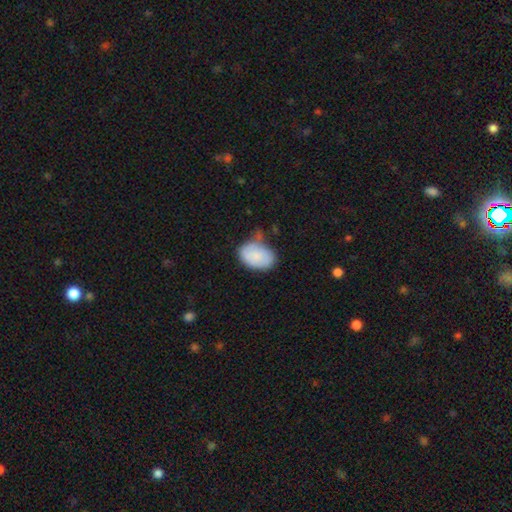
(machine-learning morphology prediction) Smooth or featured? smooth (82%)
How rounded? in between (85%)
Merging? none (49%)